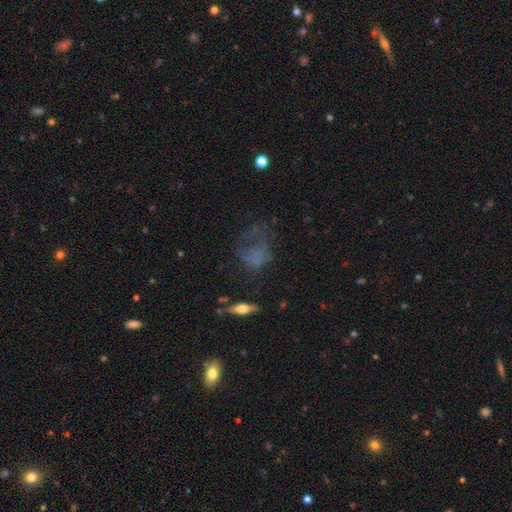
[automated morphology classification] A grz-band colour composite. It shows a smooth galaxy with no disk features (49%). Merging: major disturbance (44%).